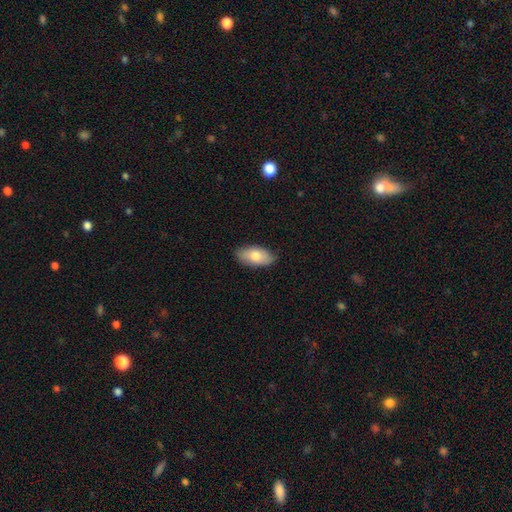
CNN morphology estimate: Q: Smooth or featured?
A: smooth (76%); runner-up: featured or disk (18%)
Q: How rounded?
A: in between (93%); runner-up: cigar-shaped (3%)
Q: Merging?
A: none (83%); runner-up: minor disturbance (14%)